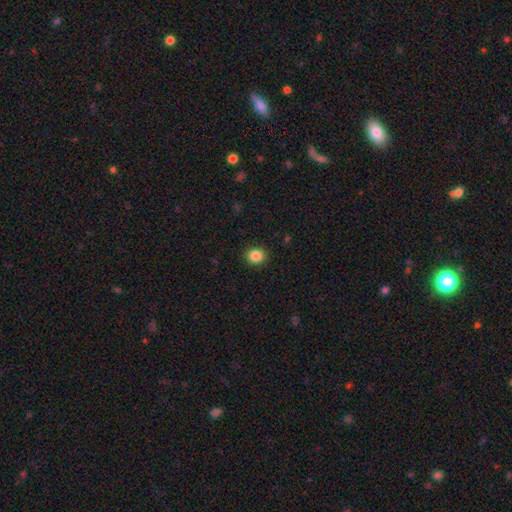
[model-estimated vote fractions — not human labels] Overall: smooth (86%). How rounded: round (88%). Merging: none (91%).